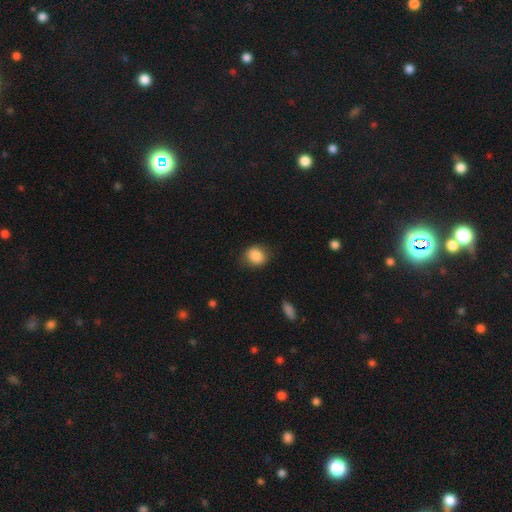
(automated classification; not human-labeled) smooth-or-featured: smooth: 86% | star or artifact: 8% | featured or disk: 5%
  how-rounded: round: 64% | in between: 35% | cigar-shaped: 1%
  merging: none: 78% | minor disturbance: 16% | major disturbance: 4% | merger: 1%